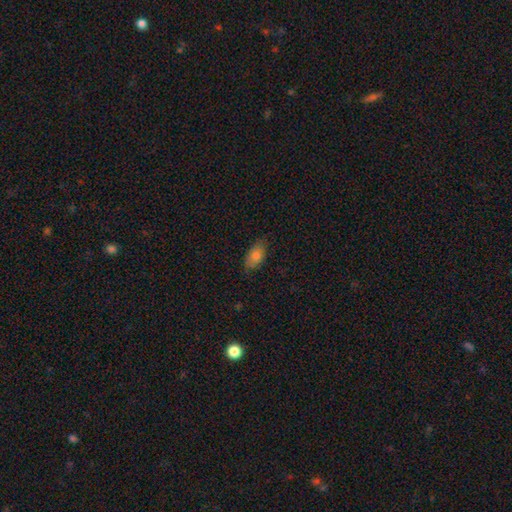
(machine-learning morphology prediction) smooth-or-featured: smooth: 79% | featured or disk: 13% | star or artifact: 8%
  how-rounded: in between: 91% | cigar-shaped: 5% | round: 5%
  merging: none: 80% | minor disturbance: 17% | major disturbance: 2% | merger: 1%